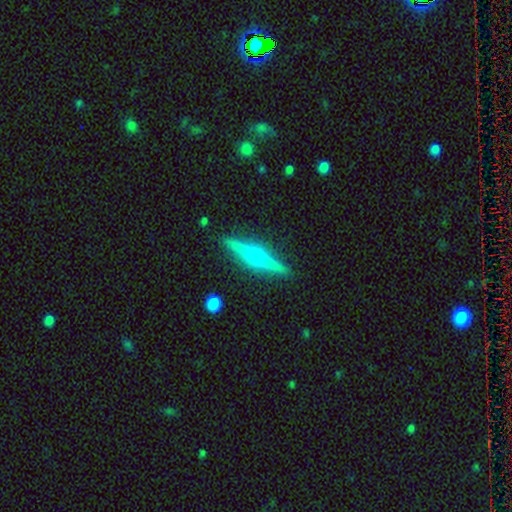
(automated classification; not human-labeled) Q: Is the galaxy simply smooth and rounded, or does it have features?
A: featured or disk — 71%.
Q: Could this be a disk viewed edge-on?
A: yes — 98%.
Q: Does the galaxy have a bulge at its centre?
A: rounded — 85%.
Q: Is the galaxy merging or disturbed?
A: none — 90%.